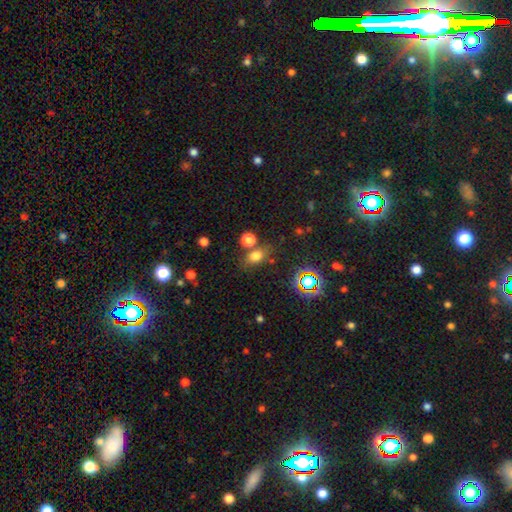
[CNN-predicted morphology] A smooth galaxy with no disk features (71%) that is in between round and cigar-shaped (64%). Merging: none (70%).